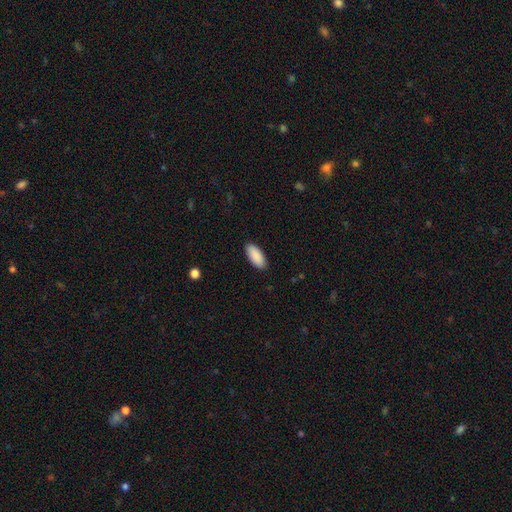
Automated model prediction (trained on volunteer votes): The model was most divided on "how rounded": in between: 87%, cigar-shaped: 12%, round: 2%. More confident: smooth or featured — smooth (91%); merging — none (90%).